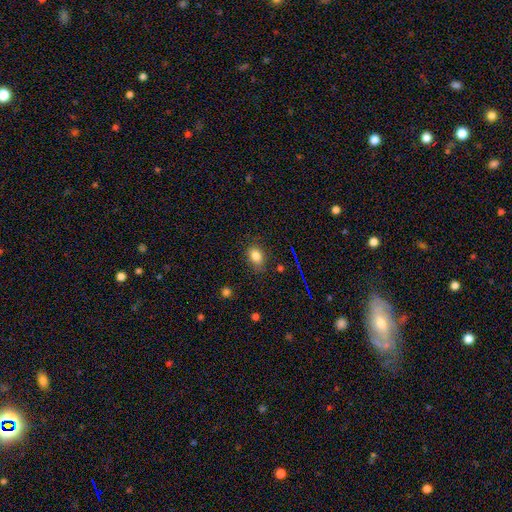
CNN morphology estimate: Overall: smooth (80%). How rounded: in between (70%). Merging: none (79%).